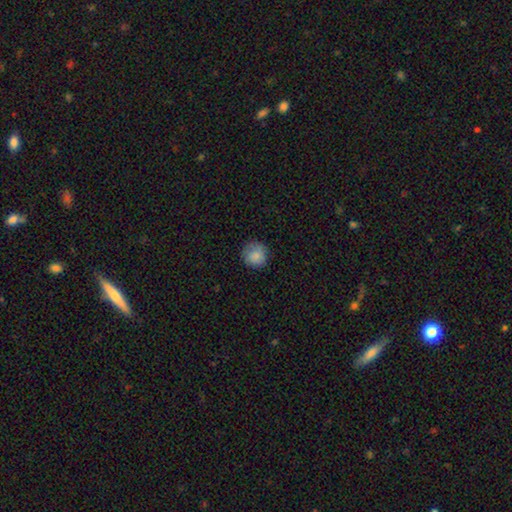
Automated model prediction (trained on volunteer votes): smooth-or-featured: smooth: 86% | star or artifact: 8% | featured or disk: 6%
  how-rounded: round: 92% | in between: 7% | cigar-shaped: 1%
  merging: none: 82% | minor disturbance: 14% | major disturbance: 3% | merger: 1%